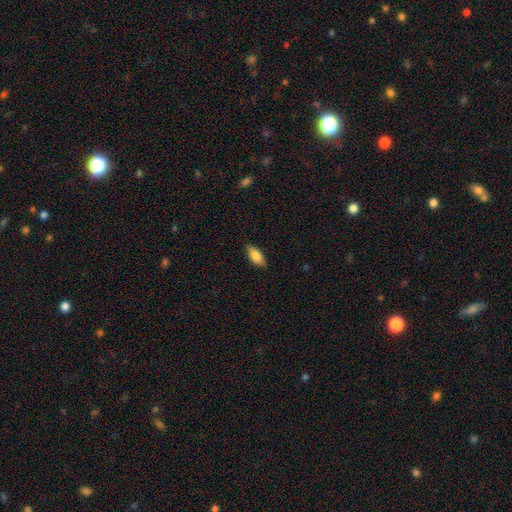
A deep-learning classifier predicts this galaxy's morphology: Smooth or featured?
  - smooth: 82% *
  - featured or disk: 12%
  - star or artifact: 6%
How rounded?
  - in between: 85% *
  - cigar-shaped: 13%
  - round: 3%
Merging?
  - none: 84% *
  - minor disturbance: 12%
  - major disturbance: 2%
  - merger: 1%